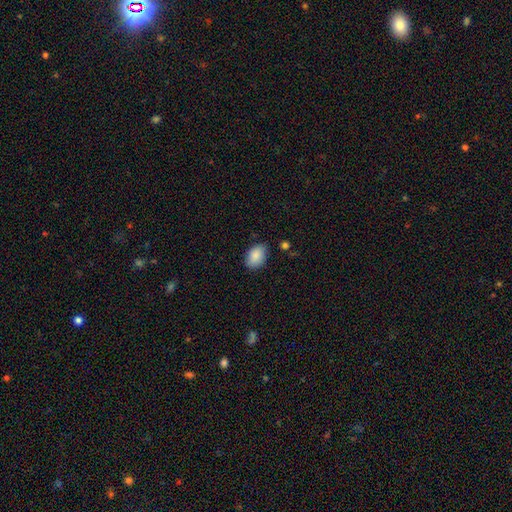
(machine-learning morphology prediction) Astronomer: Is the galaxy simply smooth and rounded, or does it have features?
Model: smooth — 88%.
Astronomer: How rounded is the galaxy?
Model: in between — 85%.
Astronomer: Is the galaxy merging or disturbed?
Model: none — 78%.